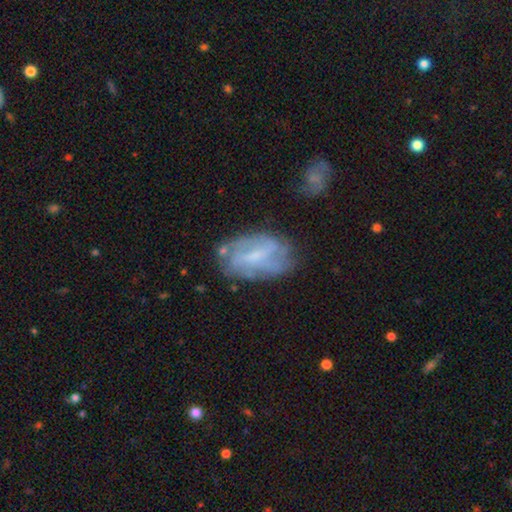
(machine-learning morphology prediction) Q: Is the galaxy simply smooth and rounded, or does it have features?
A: featured or disk — 68%.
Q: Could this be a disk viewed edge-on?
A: no — 95%.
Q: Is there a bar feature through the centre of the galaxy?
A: weak — 52%.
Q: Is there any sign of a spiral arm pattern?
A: yes — 72%.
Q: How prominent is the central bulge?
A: small — 51%.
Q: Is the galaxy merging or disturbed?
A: none — 62%.